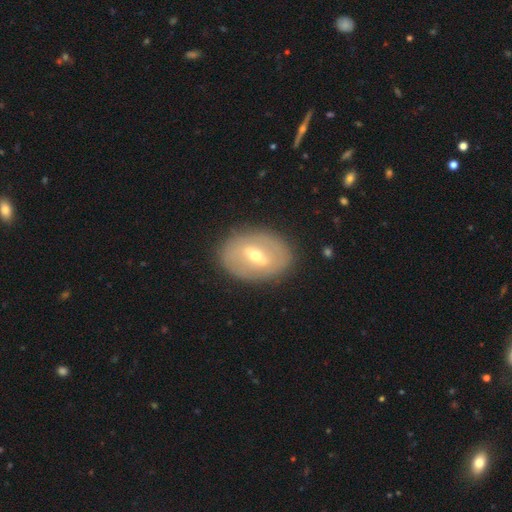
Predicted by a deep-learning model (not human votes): A featured or disk galaxy (66%) with a weak bar (46%), no spiral arms (63%) and a moderate central bulge (54%).

Vote fractions:
- Smooth or featured? featured or disk: 66% / smooth: 28% / star or artifact: 6%
- Edge-on disk? no: 92% / yes: 8%
- Bar? weak: 46% / strong: 39% / no: 15%
- Spiral arms? no: 63% / yes: 37%
- Bulge size? moderate: 54% / small: 42% / large: 2% / none: 1% / dominant: 1%
- Merging? none: 84% / minor disturbance: 11% / major disturbance: 4% / merger: 1%